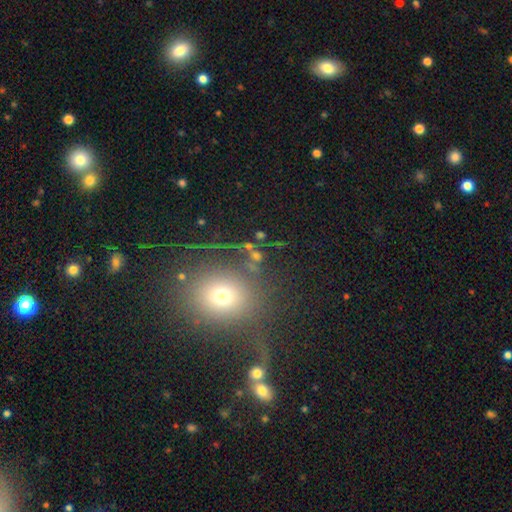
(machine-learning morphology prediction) A smooth galaxy with no disk features (51%) that is round (73%). Merging: none (68%).